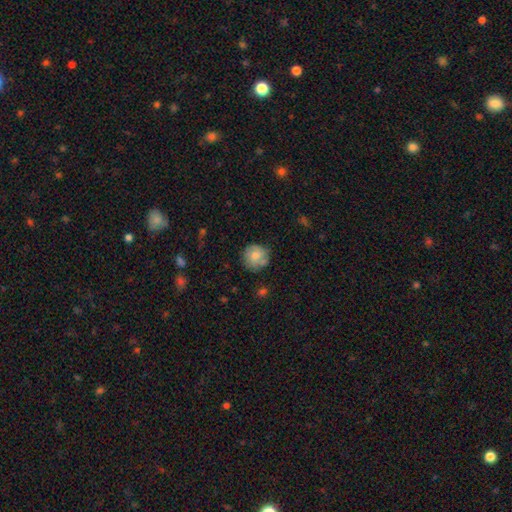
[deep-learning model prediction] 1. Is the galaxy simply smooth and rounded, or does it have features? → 65% smooth, 27% featured or disk, 8% star or artifact.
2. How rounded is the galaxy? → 87% round, 12% in between, 1% cigar-shaped.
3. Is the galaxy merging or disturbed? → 67% none, 21% minor disturbance, 7% major disturbance, 5% merger.